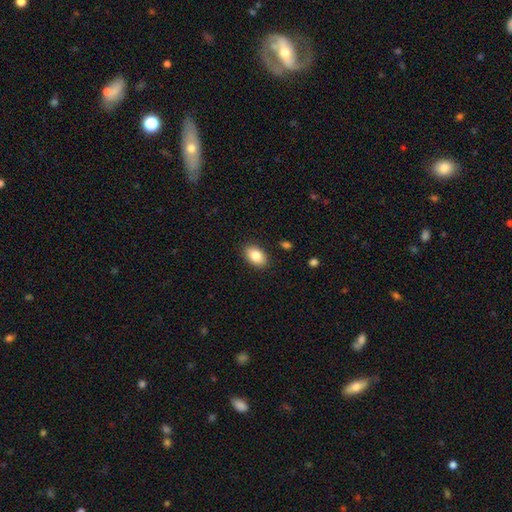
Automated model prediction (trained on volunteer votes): smooth 84%, featured or disk 9%, star or artifact 7%. Down the decision tree: how rounded — in between (88%); merging — none (89%).